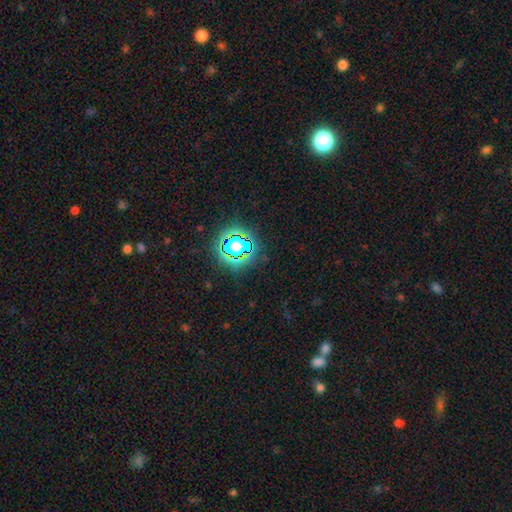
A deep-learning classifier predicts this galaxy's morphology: Smooth or featured?
  - star or artifact: 79% *
  - smooth: 14%
  - featured or disk: 7%